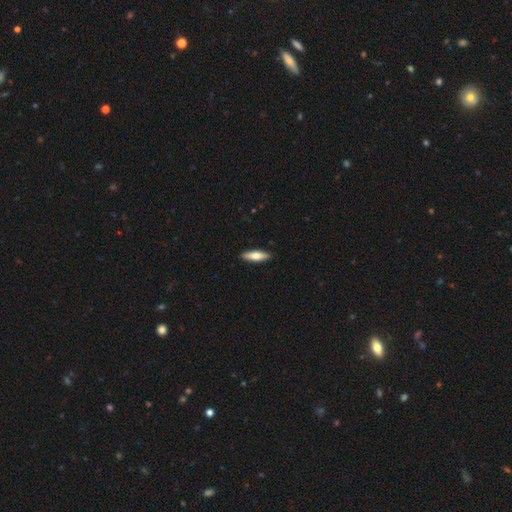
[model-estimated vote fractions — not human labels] Overall: smooth (65%; featured or disk 29%). How rounded: cigar-shaped (61%; in between 37%). Merging: none (91%).